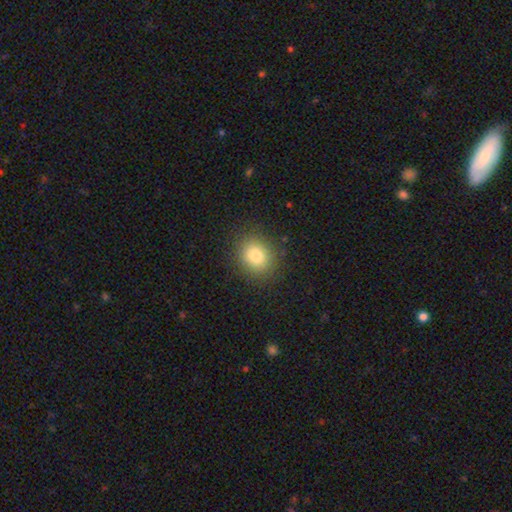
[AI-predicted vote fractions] Morphology: type=smooth (81%); roundness=round (71%); merging=none (88%).